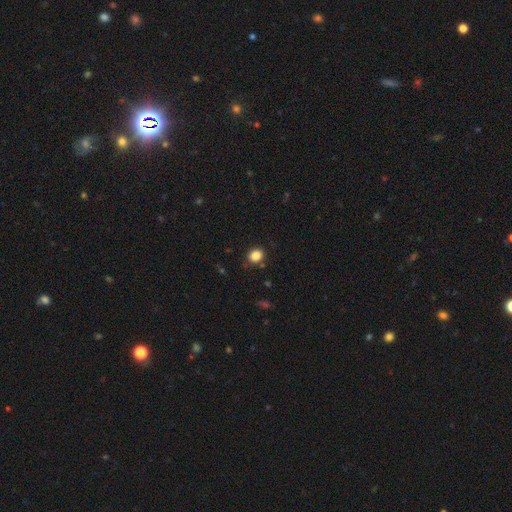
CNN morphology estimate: A smooth galaxy with no disk features (85%) that is round (66%).

Vote fractions:
- Smooth or featured? smooth: 85% / star or artifact: 11% / featured or disk: 4%
- How rounded? round: 66% / in between: 33% / cigar-shaped: 1%
- Merging? none: 85% / minor disturbance: 10% / major disturbance: 3% / merger: 2%